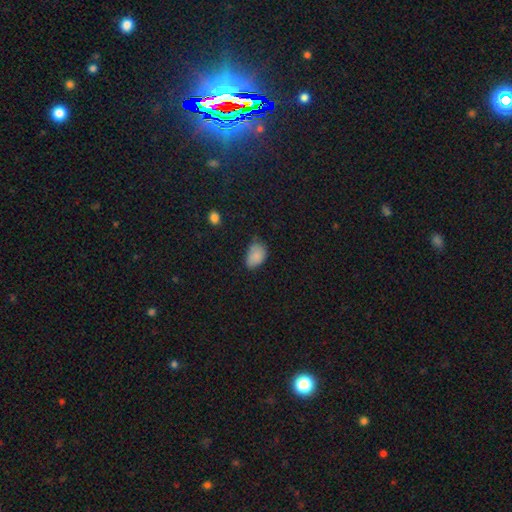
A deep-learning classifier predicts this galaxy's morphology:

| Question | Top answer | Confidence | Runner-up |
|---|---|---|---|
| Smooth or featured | smooth | 84% | star or artifact (9%) |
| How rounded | in between | 85% | round (13%) |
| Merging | none | 52% | minor disturbance (37%) |